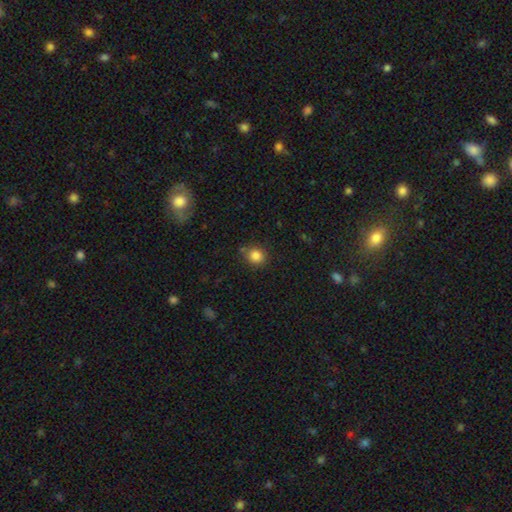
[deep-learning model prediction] smooth 84%, star or artifact 11%, featured or disk 5%. Down the decision tree: how rounded — round (84%); merging — none (81%).